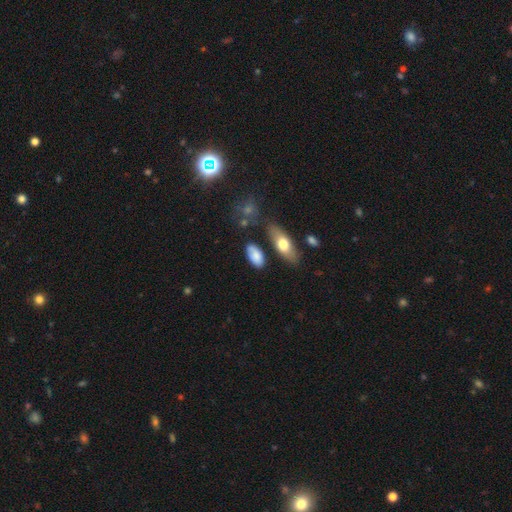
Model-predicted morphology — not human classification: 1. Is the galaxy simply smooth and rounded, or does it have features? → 77% smooth, 16% featured or disk, 7% star or artifact.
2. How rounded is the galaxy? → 89% in between, 6% cigar-shaped, 4% round.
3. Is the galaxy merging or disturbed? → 71% none, 18% minor disturbance, 7% merger, 5% major disturbance.